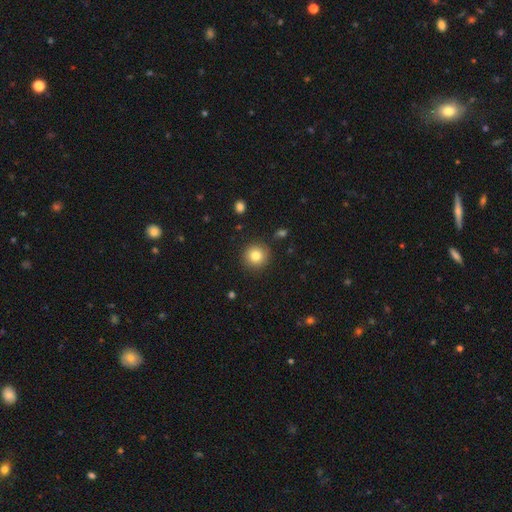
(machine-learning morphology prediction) A smooth galaxy with no disk features (81%) that is round (94%).

Vote fractions:
- Smooth or featured? smooth: 81% / star or artifact: 11% / featured or disk: 8%
- How rounded? round: 94% / in between: 5% / cigar-shaped: 1%
- Merging? none: 90% / minor disturbance: 7% / major disturbance: 2% / merger: 2%